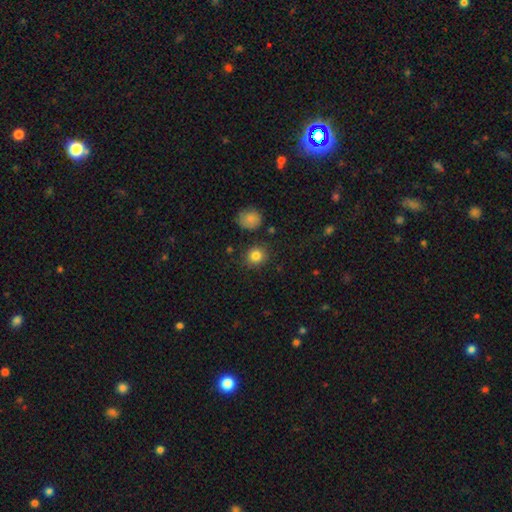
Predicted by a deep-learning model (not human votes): Q: Smooth or featured?
A: smooth (84%); runner-up: star or artifact (11%)
Q: How rounded?
A: round (87%); runner-up: in between (12%)
Q: Merging?
A: none (86%); runner-up: minor disturbance (9%)